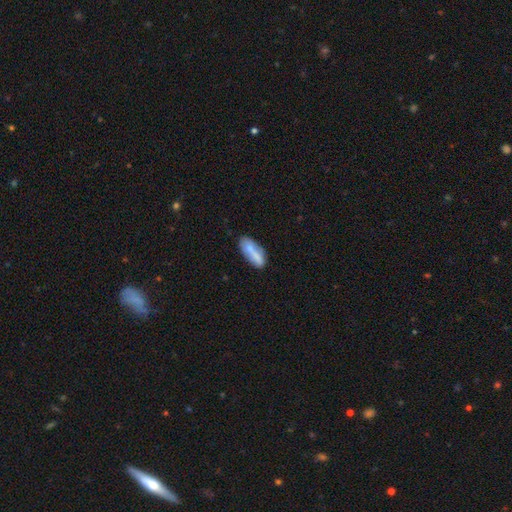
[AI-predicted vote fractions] Smooth or featured?
  - smooth: 72% *
  - featured or disk: 21%
  - star or artifact: 7%
How rounded?
  - in between: 67% *
  - cigar-shaped: 30%
  - round: 2%
Merging?
  - none: 58% *
  - minor disturbance: 24%
  - merger: 11%
  - major disturbance: 7%